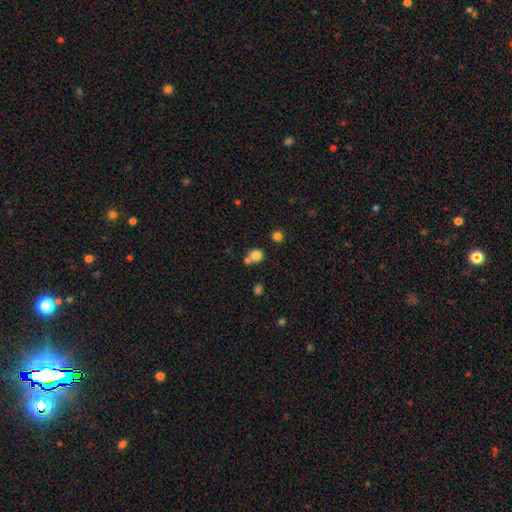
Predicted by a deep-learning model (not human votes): smooth_or_featured: smooth (p=0.80) [alt: star or artifact p=0.12]
how_rounded: round (p=0.84) [alt: in between p=0.15]
merging: none (p=0.55) [alt: merger p=0.32]